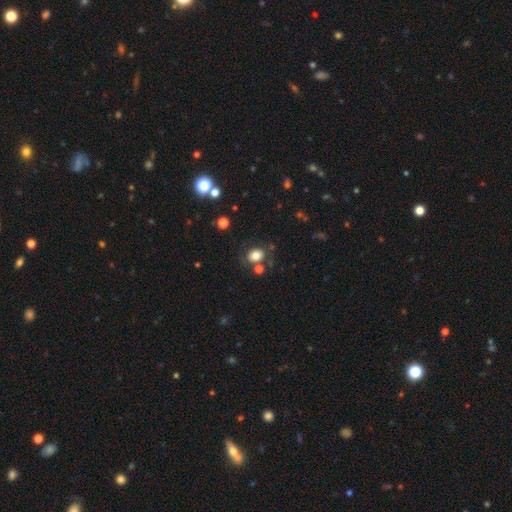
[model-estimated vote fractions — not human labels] smooth_or_featured: smooth (p=0.77) [alt: star or artifact p=0.12]
how_rounded: round (p=0.60) [alt: in between p=0.39]
merging: none (p=0.71) [alt: minor disturbance p=0.13]